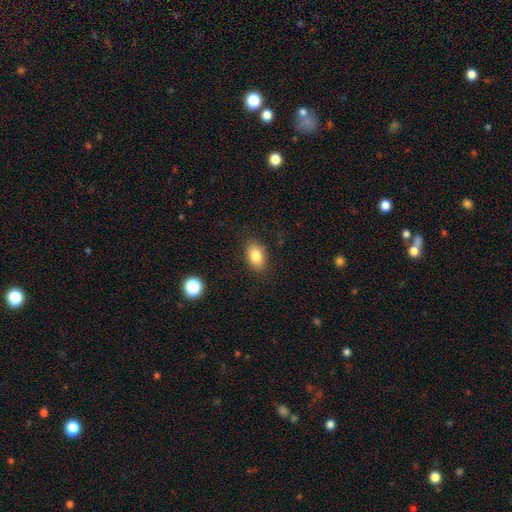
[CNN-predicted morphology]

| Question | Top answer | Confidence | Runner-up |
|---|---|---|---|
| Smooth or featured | smooth | 83% | star or artifact (9%) |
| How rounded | in between | 85% | round (13%) |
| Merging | none | 86% | minor disturbance (10%) |